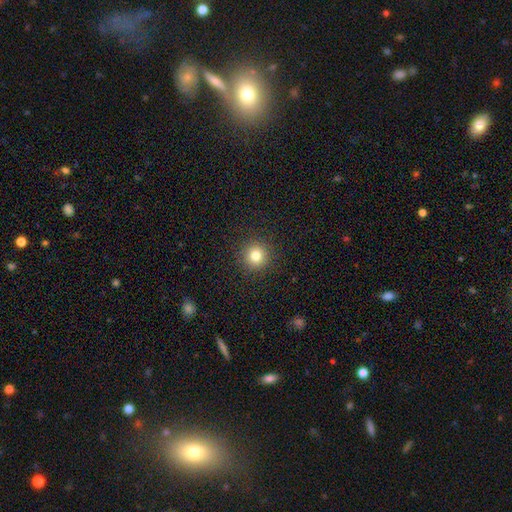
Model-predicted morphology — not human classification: A smooth galaxy with no disk features (81%) that is round (95%).

Vote fractions:
- Smooth or featured? smooth: 81% / star or artifact: 13% / featured or disk: 6%
- How rounded? round: 95% / in between: 4% / cigar-shaped: 1%
- Merging? none: 92% / minor disturbance: 5% / major disturbance: 2% / merger: 1%